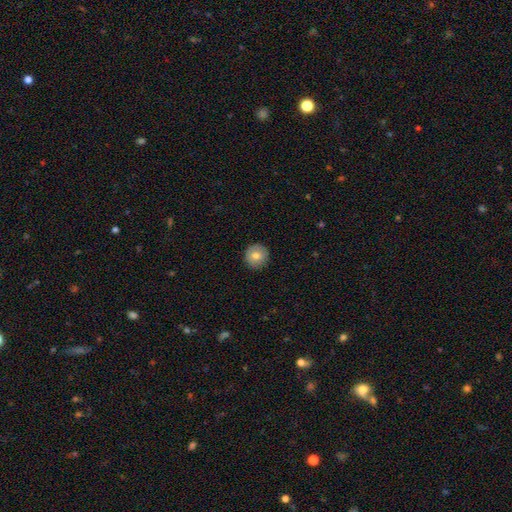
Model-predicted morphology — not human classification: smooth_or_featured: smooth (p=0.75) [alt: featured or disk p=0.17]
how_rounded: round (p=0.95) [alt: in between p=0.04]
merging: none (p=0.91) [alt: minor disturbance p=0.06]